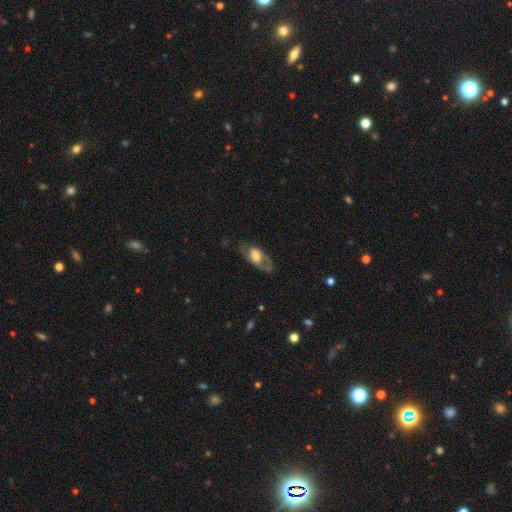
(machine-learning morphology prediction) Smooth or featured?
  - featured or disk: 58% *
  - smooth: 36%
  - star or artifact: 6%
Edge-on disk?
  - no: 85% *
  - yes: 15%
Merging?
  - none: 69% *
  - minor disturbance: 19%
  - major disturbance: 11%
  - merger: 1%